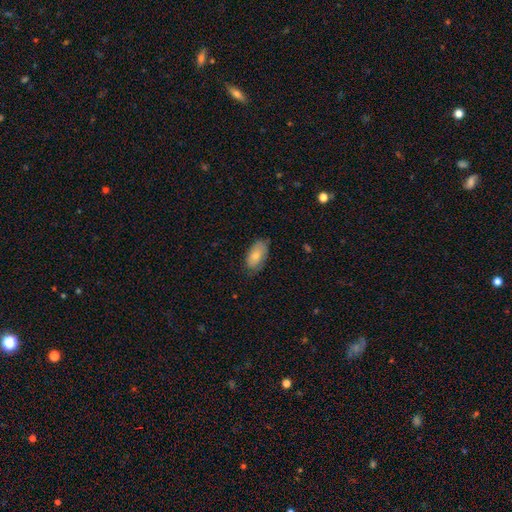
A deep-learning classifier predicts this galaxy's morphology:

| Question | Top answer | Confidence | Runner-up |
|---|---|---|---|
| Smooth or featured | smooth | 79% | featured or disk (14%) |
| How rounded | in between | 93% | round (4%) |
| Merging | none | 71% | minor disturbance (23%) |